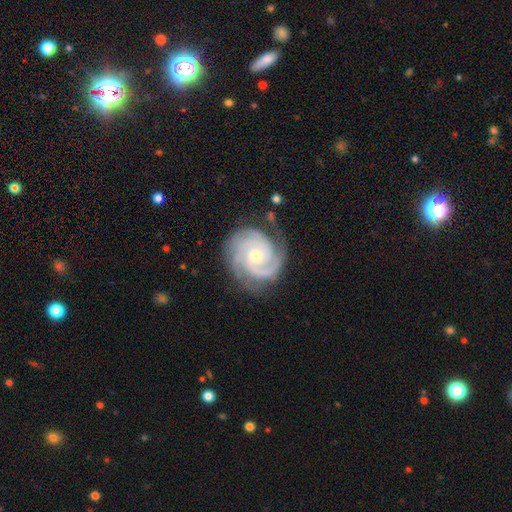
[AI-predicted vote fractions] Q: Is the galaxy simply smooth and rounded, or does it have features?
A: featured or disk — 92%.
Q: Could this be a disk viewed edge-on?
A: no — 98%.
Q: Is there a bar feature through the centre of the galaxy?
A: no — 71%.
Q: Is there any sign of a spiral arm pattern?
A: yes — 99%.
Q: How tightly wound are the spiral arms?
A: tight — 72%.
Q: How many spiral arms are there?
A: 3 — 50%.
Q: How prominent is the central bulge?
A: small — 52%.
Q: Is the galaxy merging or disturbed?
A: none — 78%.